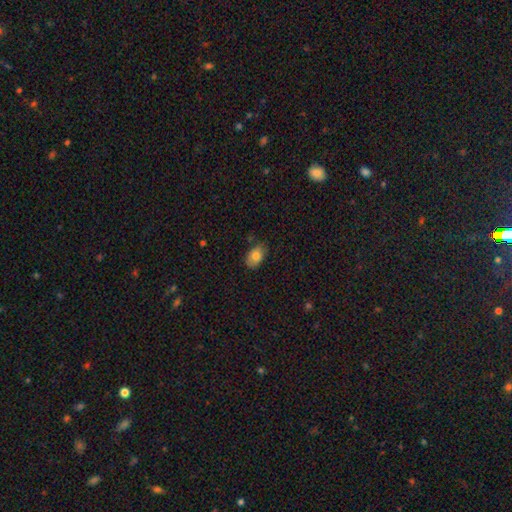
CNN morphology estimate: This appears to be a smooth galaxy with no disk features (80%) that is in between round and cigar-shaped (89%). Merging: none (75%).